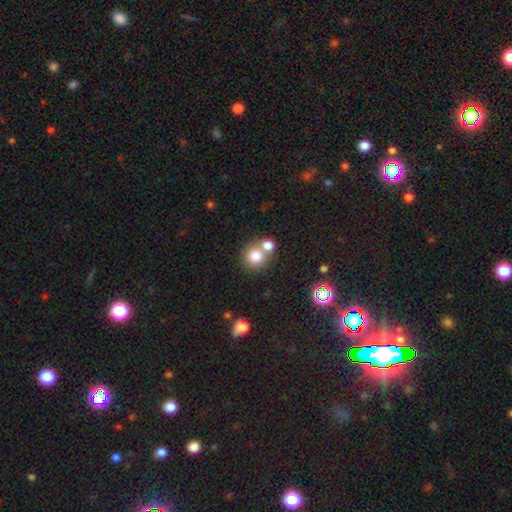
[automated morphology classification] This is likely a smooth galaxy (79%). How rounded: clearly round (89%). Merging: possibly none (51%).